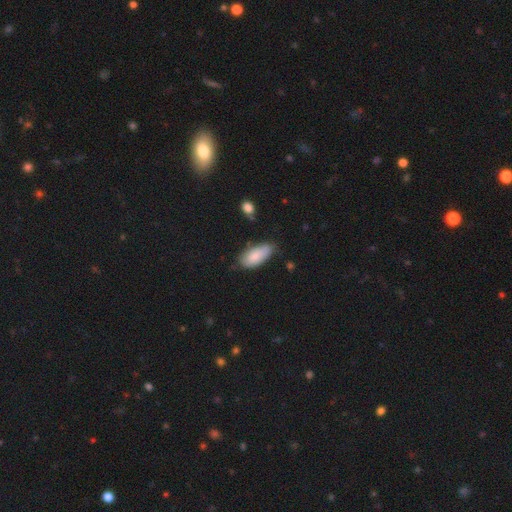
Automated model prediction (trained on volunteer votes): This appears to be a smooth galaxy with no disk features (80%) that is in between round and cigar-shaped (90%). Merging: none (62%).